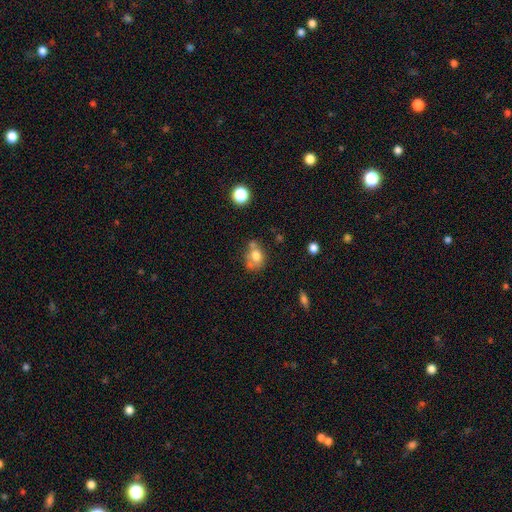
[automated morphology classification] smooth 70%, featured or disk 18%, star or artifact 12%. Down the decision tree: how rounded — round (53%); merging — none (44%).